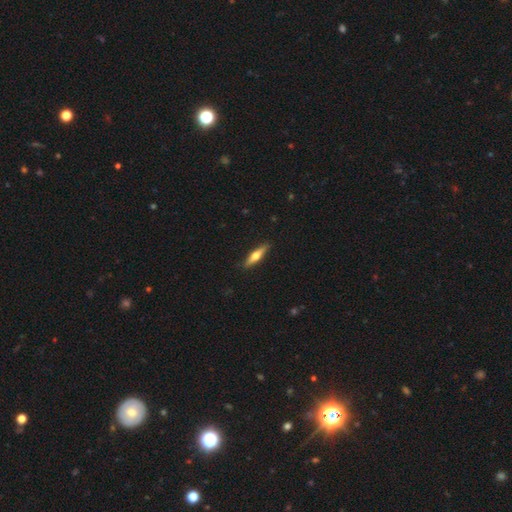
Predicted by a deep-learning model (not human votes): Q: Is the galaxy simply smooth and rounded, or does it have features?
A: featured or disk — 50%.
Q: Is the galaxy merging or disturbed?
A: none — 89%.